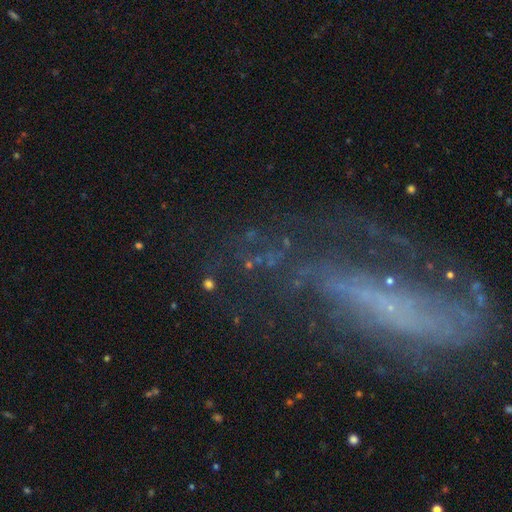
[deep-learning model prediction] A featured or disk galaxy (70%) with no bar (49%), spiral arms (70%) and a small central bulge (44%). Merging: none (54%).